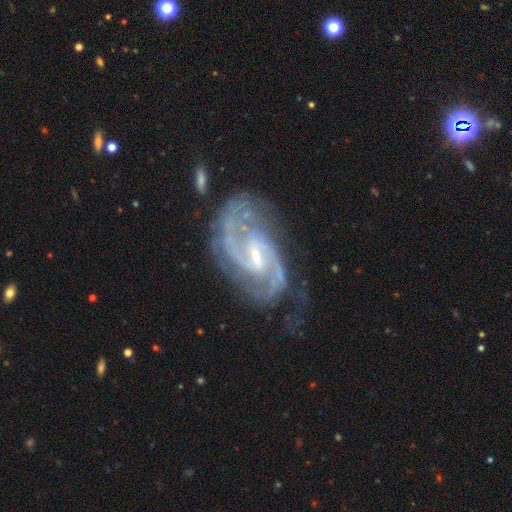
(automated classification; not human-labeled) smooth_or_featured: featured or disk (p=0.92) [alt: star or artifact p=0.05]
disk_edge_on: no (p=0.97) [alt: yes p=0.03]
bar: weak (p=0.58) [alt: strong p=0.24]
has_spiral_arms: yes (p=0.98) [alt: no p=0.02]
spiral_winding: medium (p=0.55) [alt: tight p=0.30]
spiral_arm_count: 2 (p=0.75) [alt: 3 p=0.09]
bulge_size: small (p=0.65) [alt: moderate p=0.27]
merging: none (p=0.65) [alt: minor disturbance p=0.20]